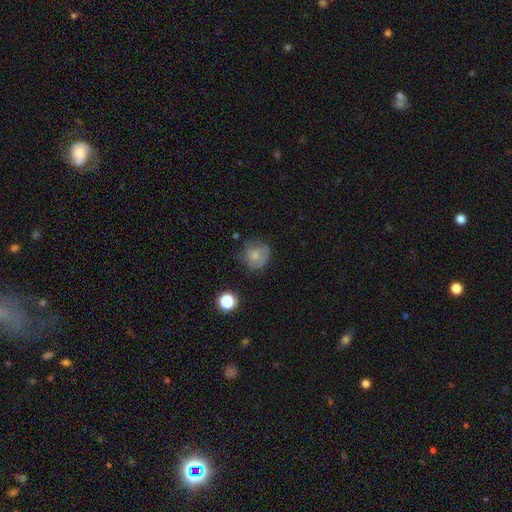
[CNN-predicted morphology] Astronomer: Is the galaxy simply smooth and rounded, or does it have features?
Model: smooth — 62%.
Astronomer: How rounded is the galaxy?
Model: round — 80%.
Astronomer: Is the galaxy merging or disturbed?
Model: none — 54%.